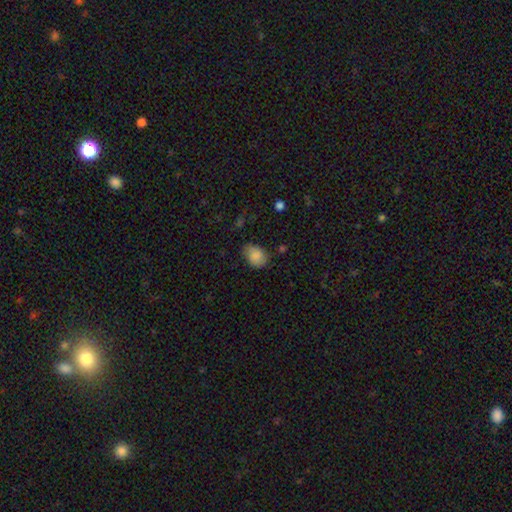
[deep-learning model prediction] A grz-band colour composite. It shows a smooth galaxy with no disk features (83%) that is in between round and cigar-shaped (66%). Merging: none (67%).